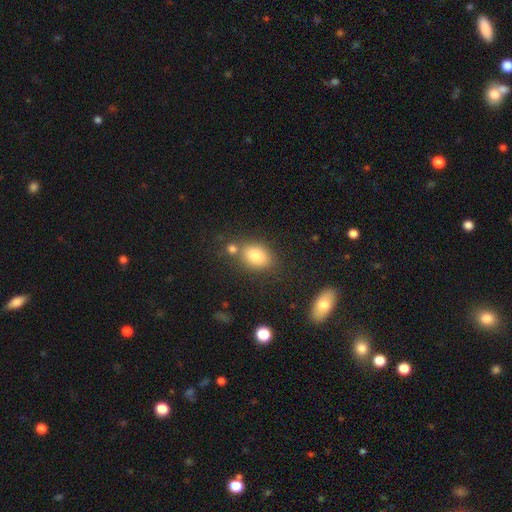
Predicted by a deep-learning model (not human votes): Smooth or featured?
  - smooth: 82% *
  - star or artifact: 9%
  - featured or disk: 9%
How rounded?
  - in between: 73% *
  - round: 25%
  - cigar-shaped: 2%
Merging?
  - none: 65% *
  - merger: 17%
  - minor disturbance: 13%
  - major disturbance: 4%